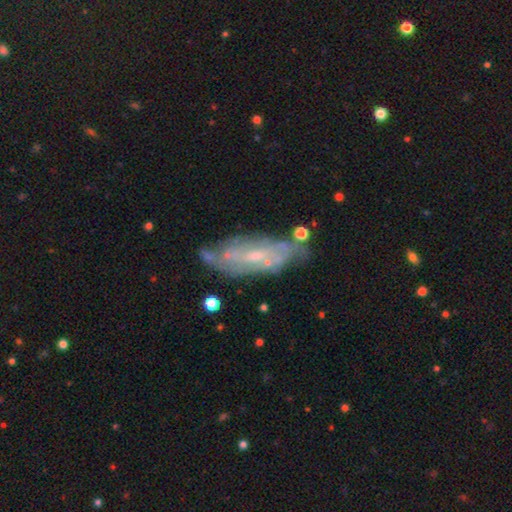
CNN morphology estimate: The model was most divided on "bar": no: 46%, weak: 42%, strong: 12%. More confident: edge-on disk — no (84%); spiral arms — yes (75%); smooth or featured — featured or disk (74%); bulge size — small (64%); merging — none (64%).